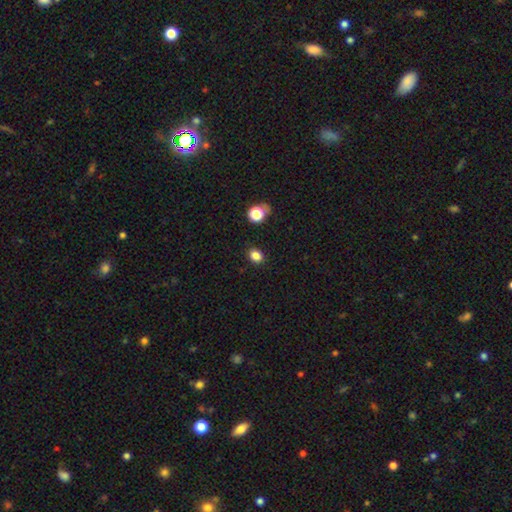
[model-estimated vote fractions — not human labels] This appears to be a smooth galaxy with no disk features (84%) that is in between round and cigar-shaped (54%). Merging: none (88%).